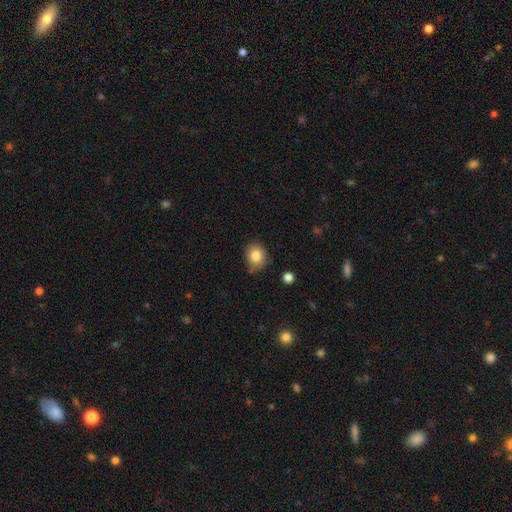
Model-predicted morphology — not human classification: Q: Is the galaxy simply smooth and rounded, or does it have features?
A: smooth — 83%.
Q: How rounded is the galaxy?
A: round — 64%.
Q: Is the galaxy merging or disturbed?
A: none — 70%.